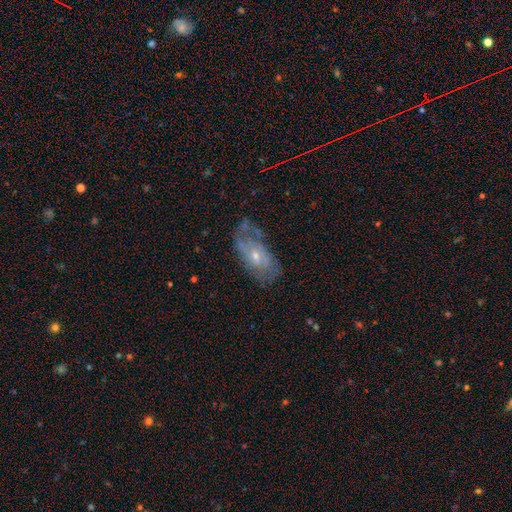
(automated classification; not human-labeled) This is likely a featured or disk galaxy (63%). It is clearly not viewed edge-on (91%). Bar: likely no (67%). Spiral arm pattern: likely yes (65%). Central bulge: likely small (60%). Merging: possibly none (55%).